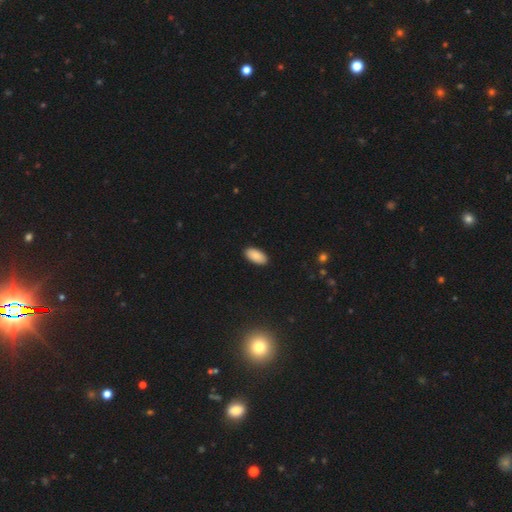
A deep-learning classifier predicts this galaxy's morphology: This is clearly a smooth galaxy (89%). How rounded: clearly in between (95%). Merging: clearly none (90%).